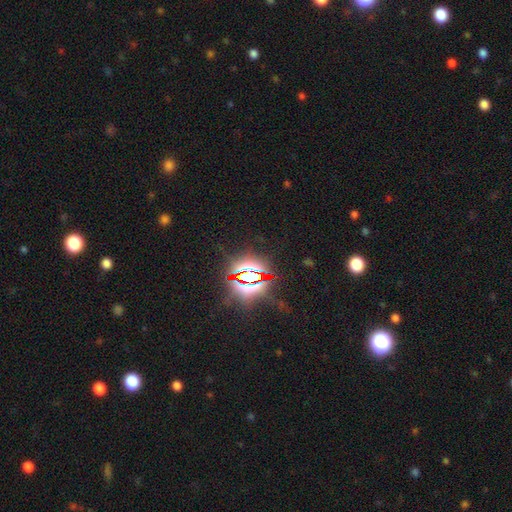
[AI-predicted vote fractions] Smooth or featured?
  - star or artifact: 83% *
  - smooth: 10%
  - featured or disk: 7%